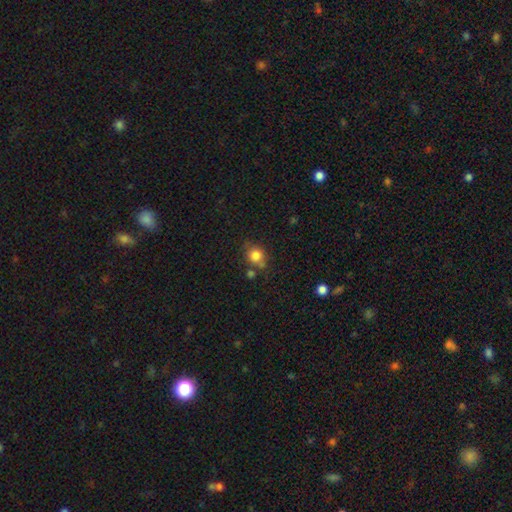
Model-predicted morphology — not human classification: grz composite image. It shows a smooth galaxy with no disk features (81%) that is round (77%). Merging: none (61%).